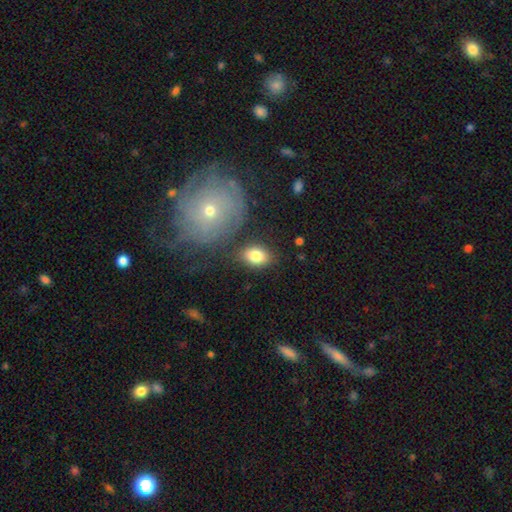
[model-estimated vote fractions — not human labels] smooth-or-featured: smooth: 81% | featured or disk: 11% | star or artifact: 8%
  how-rounded: in between: 81% | round: 17% | cigar-shaped: 2%
  merging: none: 76% | minor disturbance: 13% | merger: 7% | major disturbance: 4%